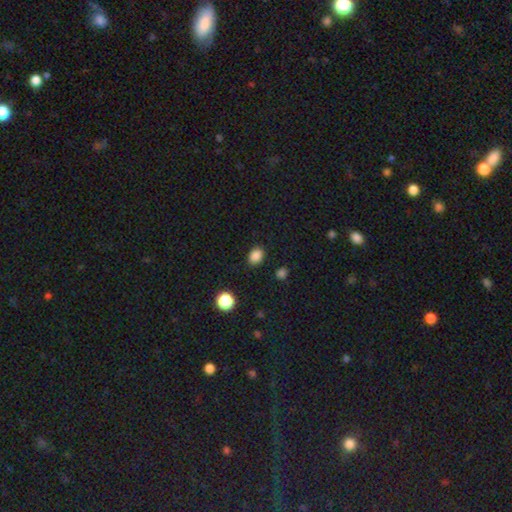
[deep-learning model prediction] This appears to be a smooth galaxy with no disk features (85%) that is in between round and cigar-shaped (63%). Merging: none (87%).